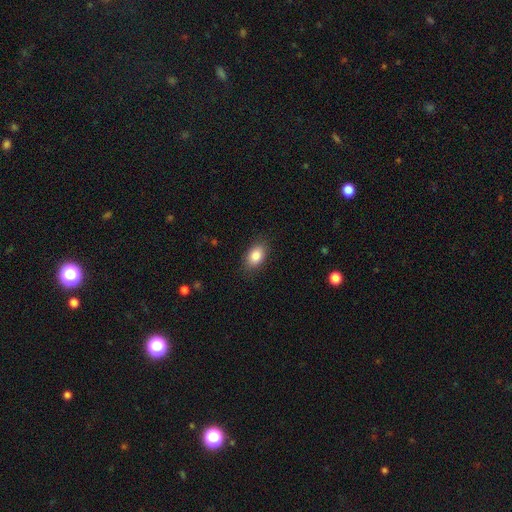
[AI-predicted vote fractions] Overall: smooth (86%). How rounded: in between (85%). Merging: none (85%).